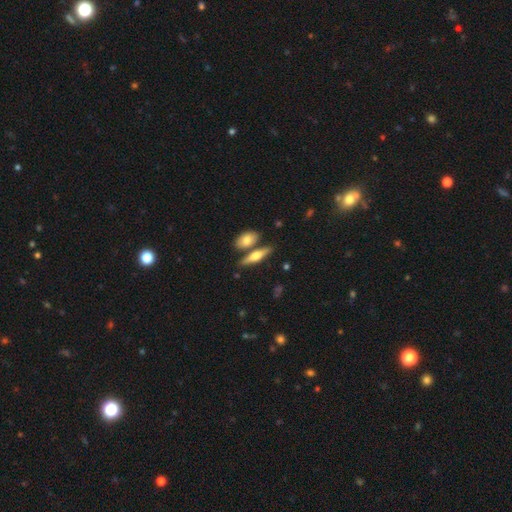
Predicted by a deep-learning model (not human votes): Smooth or featured?
  - smooth: 49% *
  - featured or disk: 45%
  - star or artifact: 6%
Merging?
  - none: 67% *
  - merger: 20%
  - minor disturbance: 10%
  - major disturbance: 3%